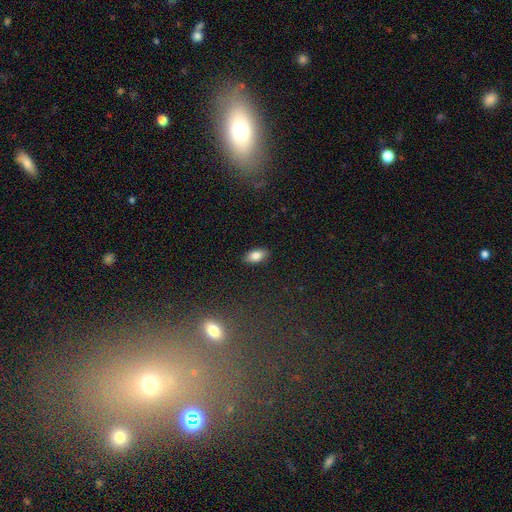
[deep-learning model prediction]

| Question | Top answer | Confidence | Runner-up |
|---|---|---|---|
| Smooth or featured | smooth | 82% | featured or disk (10%) |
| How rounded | in between | 91% | cigar-shaped (6%) |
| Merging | none | 89% | minor disturbance (8%) |